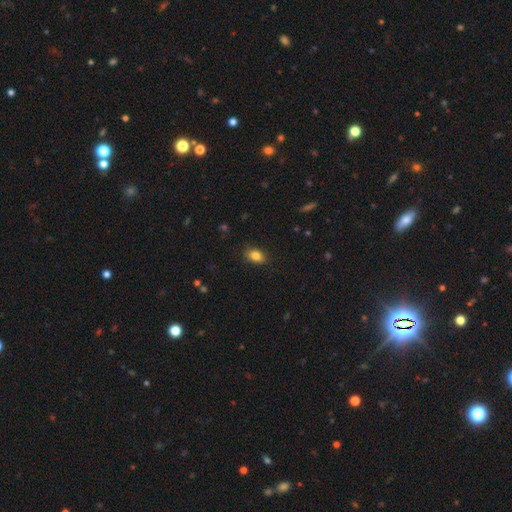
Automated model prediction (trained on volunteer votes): A smooth galaxy with no disk features (84%) that is in between round and cigar-shaped (84%).

Vote fractions:
- Smooth or featured? smooth: 84% / star or artifact: 9% / featured or disk: 6%
- How rounded? in between: 84% / round: 14% / cigar-shaped: 2%
- Merging? none: 86% / minor disturbance: 10% / major disturbance: 2% / merger: 1%